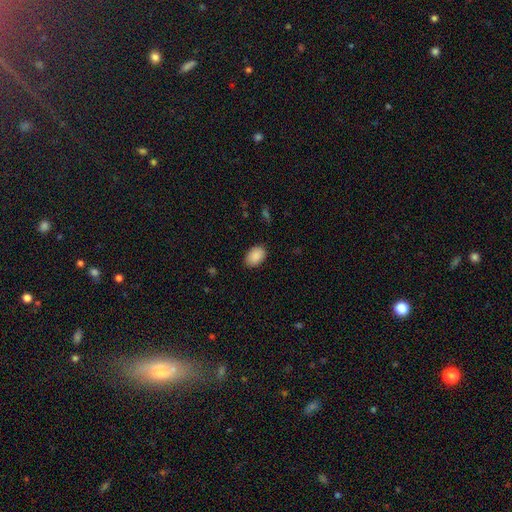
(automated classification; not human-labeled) Smooth or featured? Predicted: smooth (p=0.90). How rounded? Predicted: in between (p=0.87). Merging? Predicted: none (p=0.87).